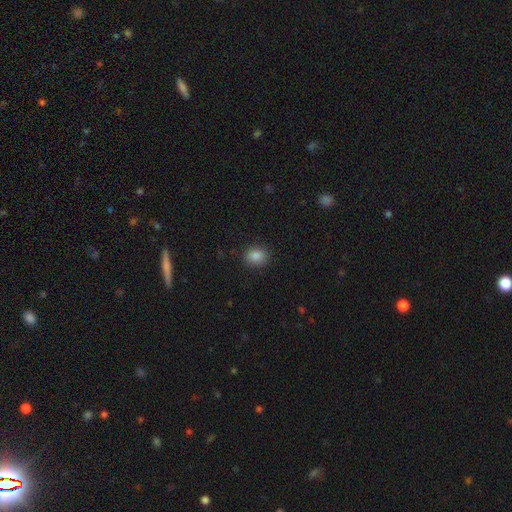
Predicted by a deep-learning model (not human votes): A smooth galaxy with no disk features (86%) that is round (60%).

Vote fractions:
- Smooth or featured? smooth: 86% / star or artifact: 10% / featured or disk: 4%
- How rounded? round: 60% / in between: 39% / cigar-shaped: 1%
- Merging? none: 89% / minor disturbance: 8% / major disturbance: 2% / merger: 1%